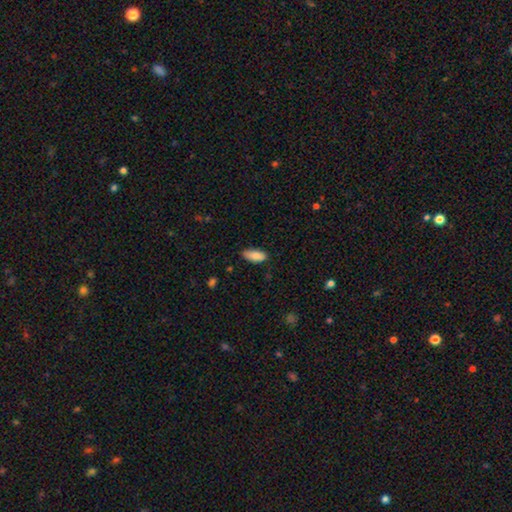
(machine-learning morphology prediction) smooth 89%, star or artifact 7%, featured or disk 4%. Down the decision tree: how rounded — in between (87%); merging — none (79%).